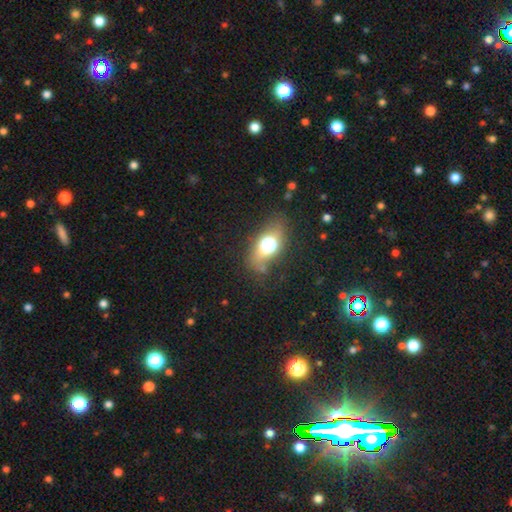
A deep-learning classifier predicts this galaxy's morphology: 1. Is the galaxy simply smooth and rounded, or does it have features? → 57% smooth, 23% featured or disk, 20% star or artifact.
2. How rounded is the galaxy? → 79% in between, 12% round, 8% cigar-shaped.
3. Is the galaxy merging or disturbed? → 79% none, 14% minor disturbance, 5% major disturbance, 2% merger.